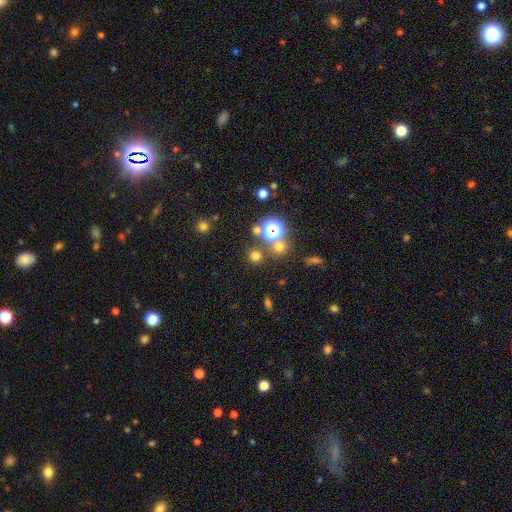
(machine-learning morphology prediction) A smooth galaxy with no disk features (67%) that is round (92%).

Vote fractions:
- Smooth or featured? smooth: 67% / star or artifact: 27% / featured or disk: 6%
- How rounded? round: 92% / in between: 7% / cigar-shaped: 1%
- Merging? none: 79% / merger: 10% / minor disturbance: 7% / major disturbance: 3%